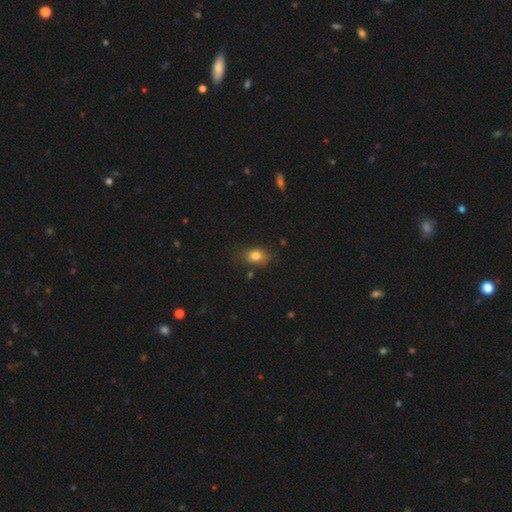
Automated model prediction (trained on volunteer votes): This is clearly a smooth galaxy (81%). How rounded: likely in between (69%). Merging: likely none (72%).